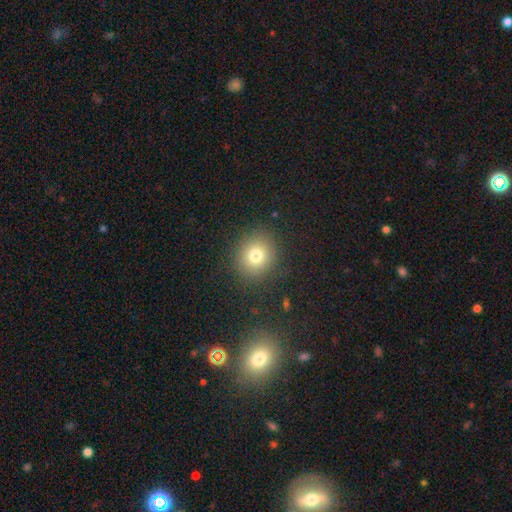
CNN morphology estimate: A smooth galaxy with no disk features (76%) that is round (81%). Merging: none (87%).